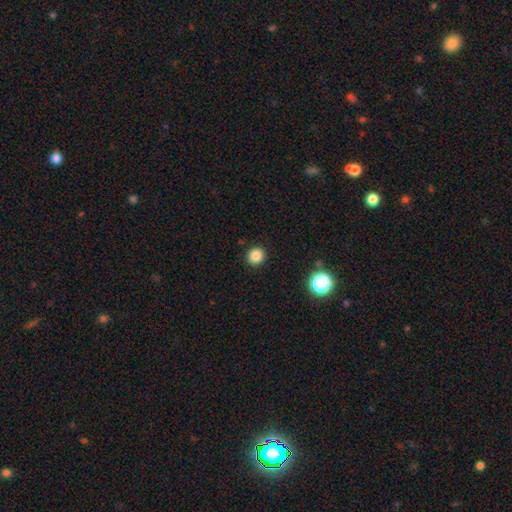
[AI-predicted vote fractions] Smooth or featured? smooth (84%)
How rounded? round (89%)
Merging? none (92%)